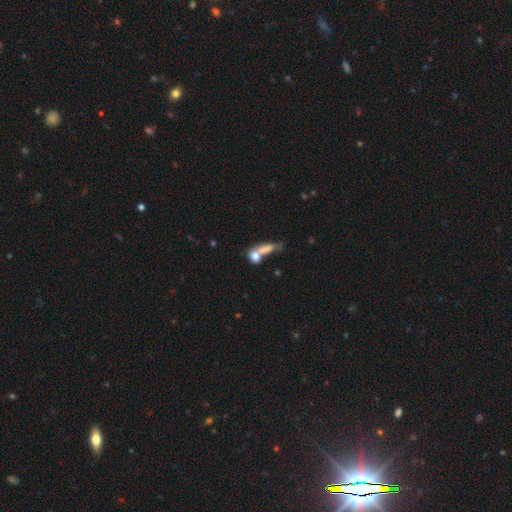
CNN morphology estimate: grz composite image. It shows a smooth galaxy with no disk features (71%) that is in between round and cigar-shaped (56%). Merging: merger (61%).